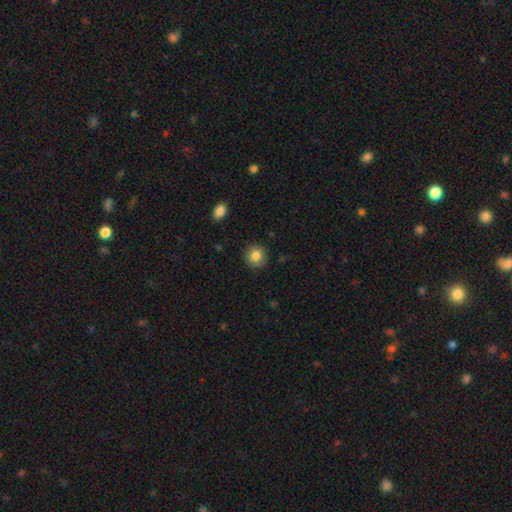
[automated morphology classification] The model was most divided on "smooth or featured": smooth: 83%, star or artifact: 9%, featured or disk: 8%. More confident: how rounded — round (90%); merging — none (88%).